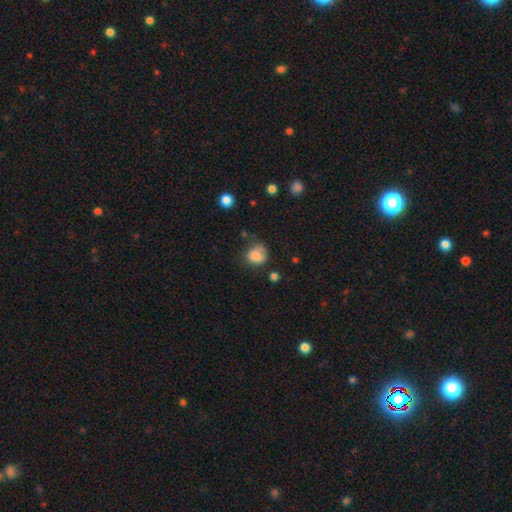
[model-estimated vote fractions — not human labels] This appears to be a smooth galaxy with no disk features (81%) that is round (66%). Merging: none (48%).